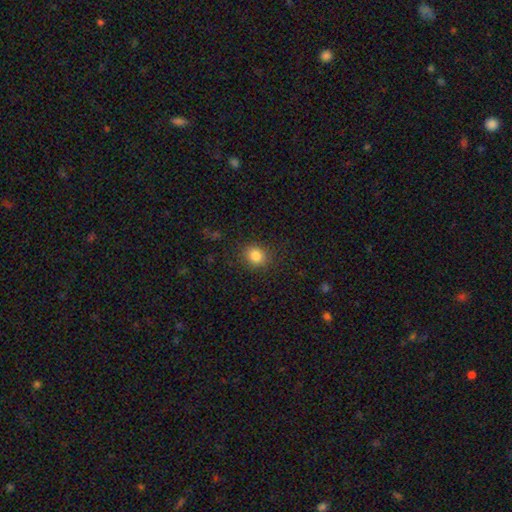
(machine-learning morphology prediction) A smooth galaxy with no disk features (84%) that is round (75%).

Vote fractions:
- Smooth or featured? smooth: 84% / star or artifact: 11% / featured or disk: 5%
- How rounded? round: 75% / in between: 24% / cigar-shaped: 1%
- Merging? none: 87% / minor disturbance: 9% / major disturbance: 3% / merger: 1%